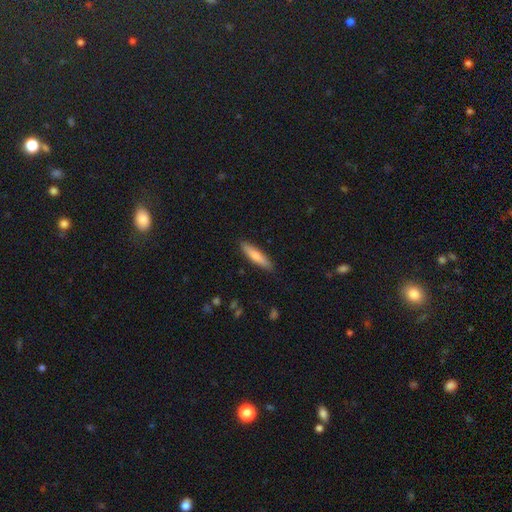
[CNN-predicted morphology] The model was most divided on "smooth or featured": smooth: 73%, featured or disk: 21%, star or artifact: 5%. More confident: merging — none (89%); how rounded — cigar-shaped (83%).